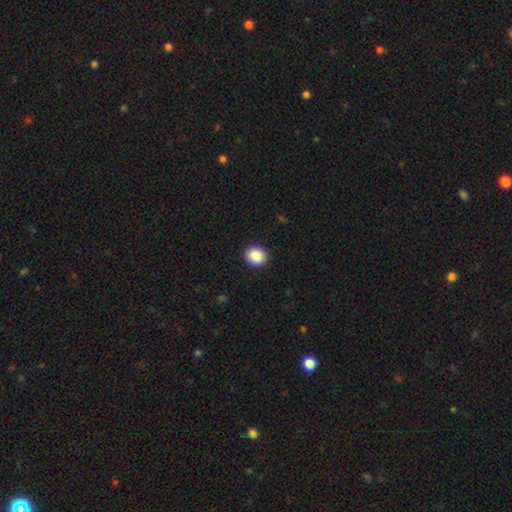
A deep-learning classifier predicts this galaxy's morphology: smooth_or_featured: smooth (p=0.88) [alt: star or artifact p=0.08]
how_rounded: round (p=0.80) [alt: in between p=0.19]
merging: none (p=0.92) [alt: minor disturbance p=0.05]